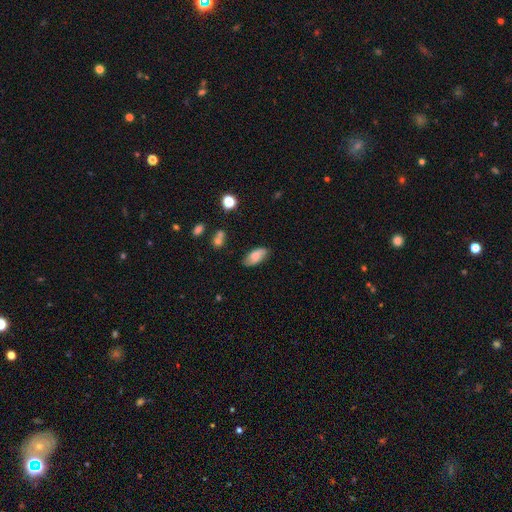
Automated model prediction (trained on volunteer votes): A smooth galaxy with no disk features (69%) that is in between round and cigar-shaped (89%).

Vote fractions:
- Smooth or featured? smooth: 69% / featured or disk: 23% / star or artifact: 8%
- How rounded? in between: 89% / cigar-shaped: 8% / round: 3%
- Merging? none: 75% / minor disturbance: 19% / major disturbance: 4% / merger: 2%